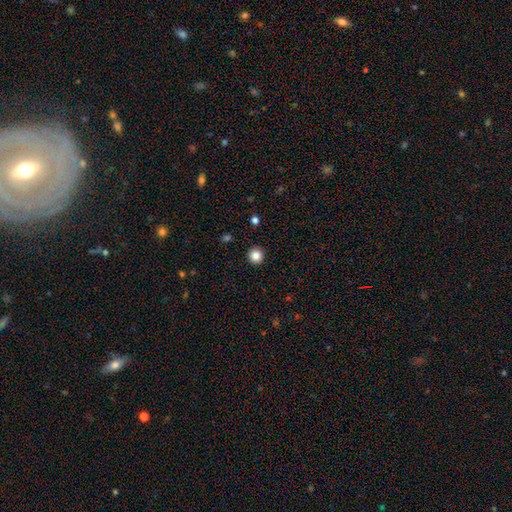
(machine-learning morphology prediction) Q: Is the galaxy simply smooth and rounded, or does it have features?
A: smooth — 85%.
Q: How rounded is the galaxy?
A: round — 94%.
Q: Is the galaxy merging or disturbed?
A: none — 93%.